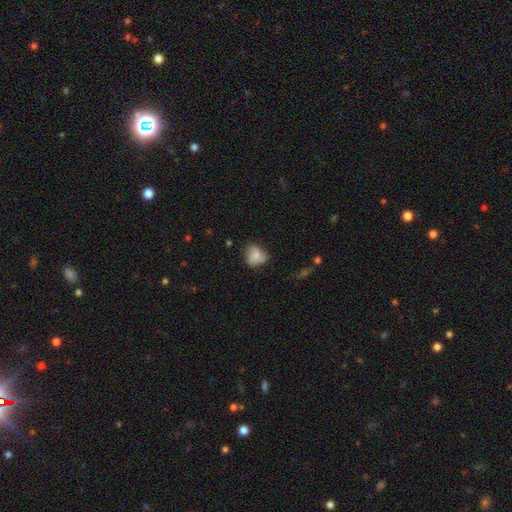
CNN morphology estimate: Overall: smooth (63%; featured or disk 28%). How rounded: round (54%; in between 45%). Merging: none (47%; minor disturbance 35%).